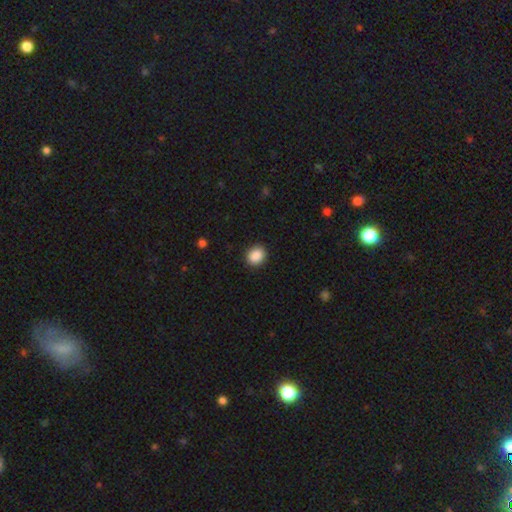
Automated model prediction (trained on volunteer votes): This appears to be a smooth galaxy with no disk features (89%) that is round (61%). Merging: none (90%).